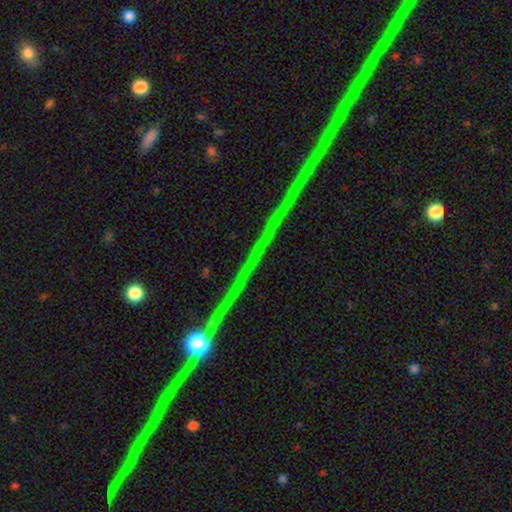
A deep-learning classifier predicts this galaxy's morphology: smooth_or_featured: star or artifact (p=0.76) [alt: featured or disk p=0.18]